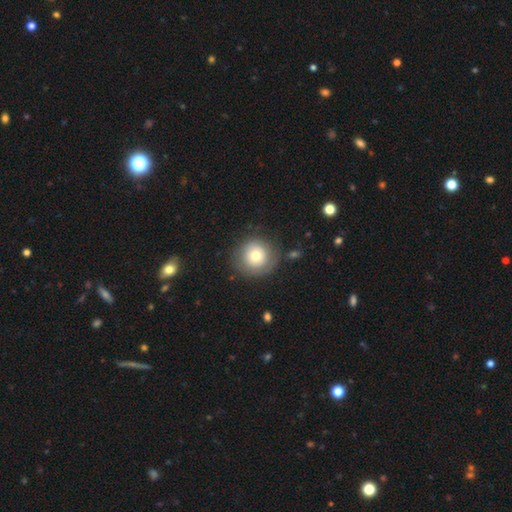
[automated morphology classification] Smooth or featured? smooth (70%)
How rounded? round (94%)
Merging? none (78%)